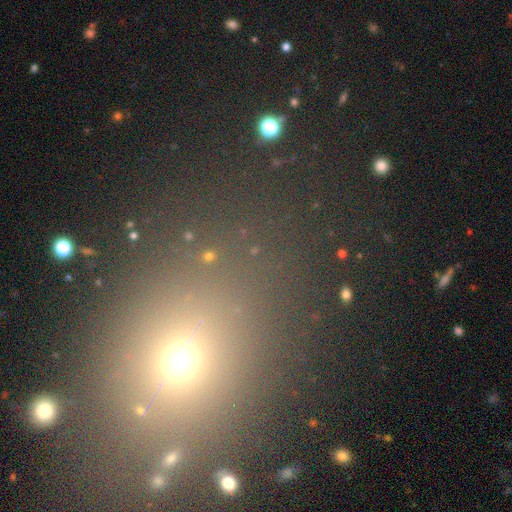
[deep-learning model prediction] Q: Smooth or featured?
A: smooth (52%); runner-up: star or artifact (39%)
Q: How rounded?
A: round (57%); runner-up: in between (40%)
Q: Merging?
A: none (81%); runner-up: minor disturbance (9%)